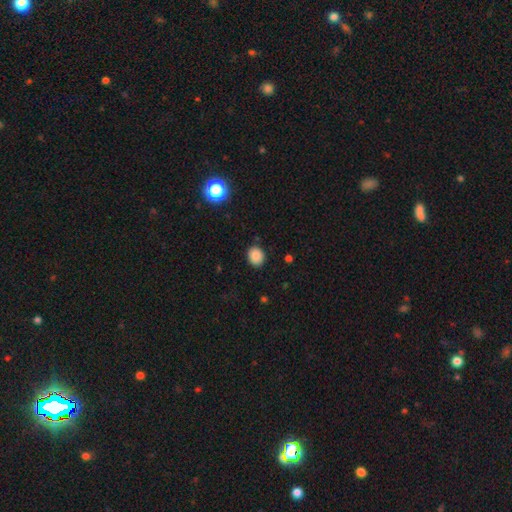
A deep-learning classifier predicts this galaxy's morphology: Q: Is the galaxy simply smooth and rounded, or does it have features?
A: smooth — 86%.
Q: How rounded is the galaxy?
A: round — 64%.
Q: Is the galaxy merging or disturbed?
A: none — 88%.